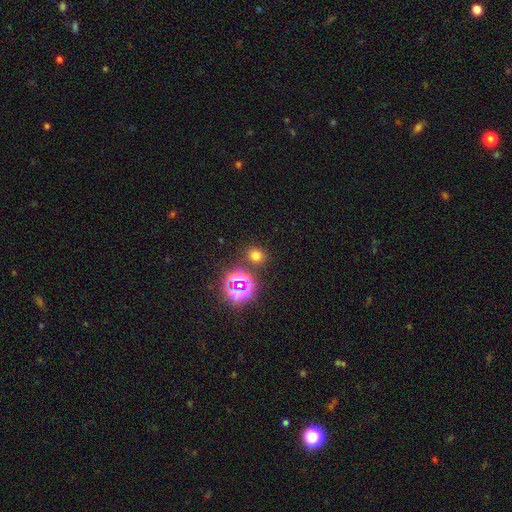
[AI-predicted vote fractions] Smooth or featured? Predicted: smooth (p=0.64). How rounded? Predicted: round (p=0.73). Merging? Predicted: none (p=0.84).